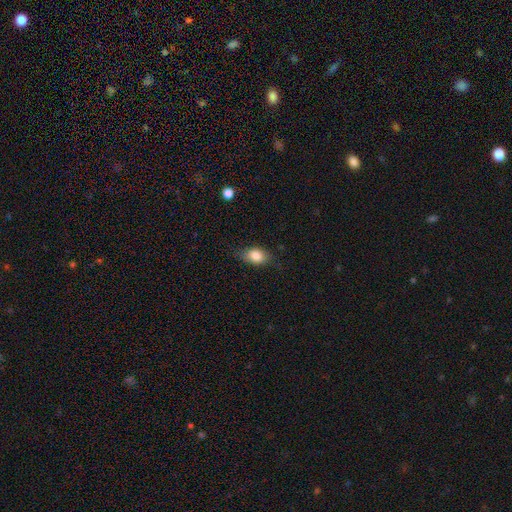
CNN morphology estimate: The model was most divided on "merging": none: 72%, minor disturbance: 21%, major disturbance: 6%, merger: 1%. More confident: smooth or featured — smooth (83%); how rounded — in between (79%).